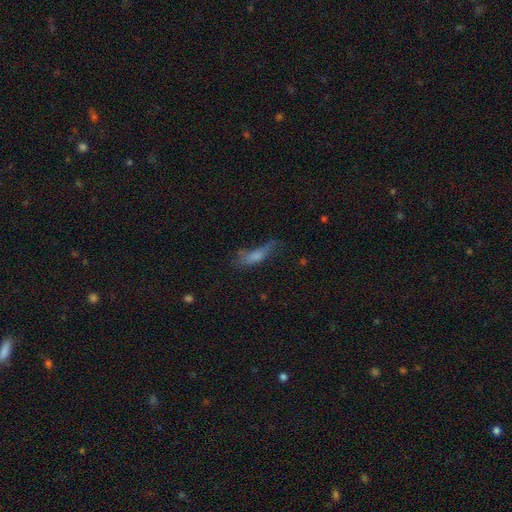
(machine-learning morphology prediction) Smooth or featured?
  - smooth: 61% *
  - featured or disk: 26%
  - star or artifact: 13%
How rounded?
  - in between: 52% *
  - cigar-shaped: 45%
  - round: 4%
Merging?
  - major disturbance: 35% *
  - none: 31%
  - minor disturbance: 27%
  - merger: 6%